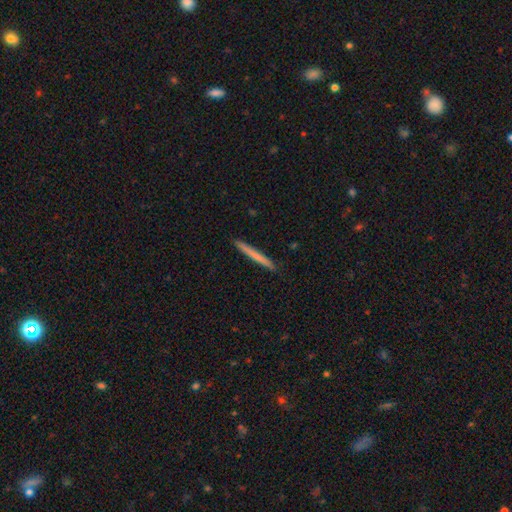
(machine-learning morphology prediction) smooth-or-featured: smooth: 66% | featured or disk: 29% | star or artifact: 5%
  how-rounded: cigar-shaped: 97% | in between: 2% | round: 1%
  merging: none: 92% | minor disturbance: 5% | major disturbance: 1% | merger: 1%